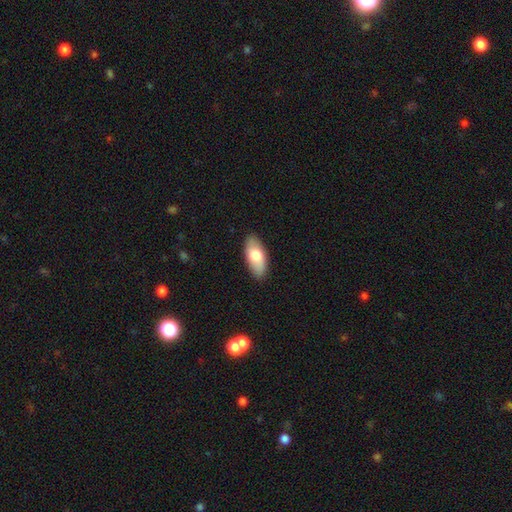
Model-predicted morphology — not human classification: smooth-or-featured: smooth: 77% | featured or disk: 18% | star or artifact: 5%
  how-rounded: in between: 89% | cigar-shaped: 9% | round: 2%
  merging: none: 88% | minor disturbance: 9% | major disturbance: 2% | merger: 1%